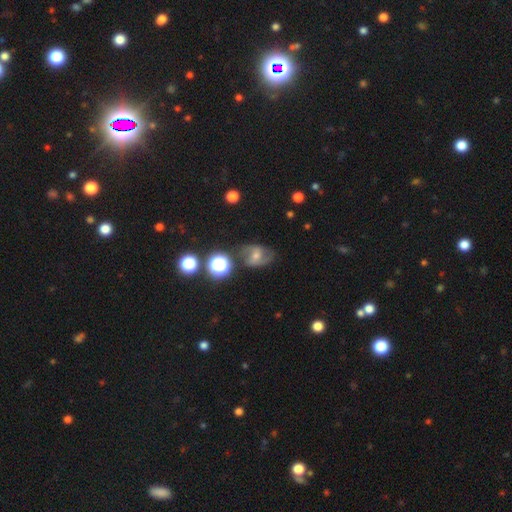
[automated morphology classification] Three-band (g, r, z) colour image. It shows a featured or disk galaxy (60%) with a weak bar (47%), spiral arms (87%) and a moderate central bulge (48%). Merging: none (72%).